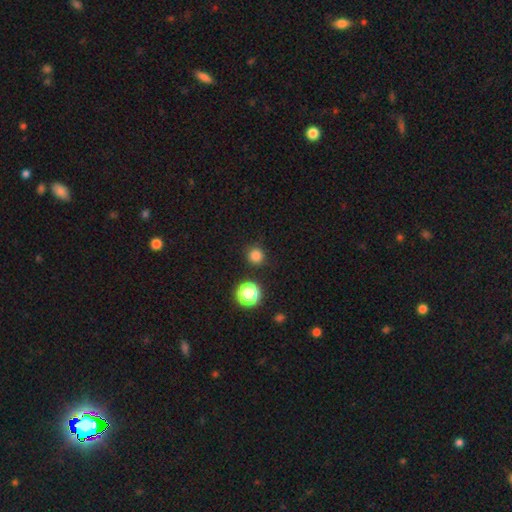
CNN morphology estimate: A smooth galaxy with no disk features (80%) that is round (94%).

Vote fractions:
- Smooth or featured? smooth: 80% / star or artifact: 16% / featured or disk: 4%
- How rounded? round: 94% / in between: 5% / cigar-shaped: 1%
- Merging? none: 89% / minor disturbance: 6% / major disturbance: 2% / merger: 2%